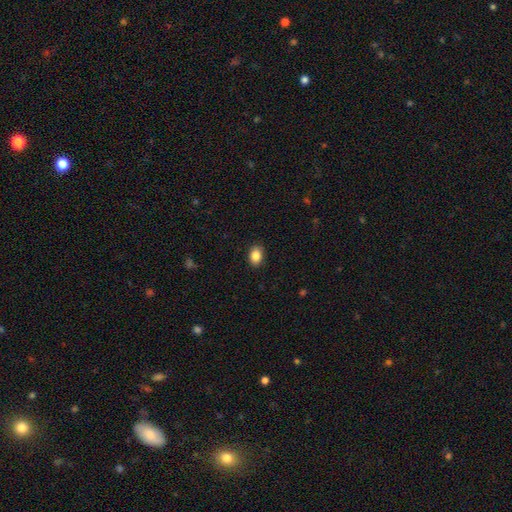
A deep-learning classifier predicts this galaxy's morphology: A smooth galaxy with no disk features (87%) that is in between round and cigar-shaped (79%).

Vote fractions:
- Smooth or featured? smooth: 87% / star or artifact: 8% / featured or disk: 5%
- How rounded? in between: 79% / round: 20% / cigar-shaped: 1%
- Merging? none: 88% / minor disturbance: 9% / major disturbance: 2% / merger: 1%